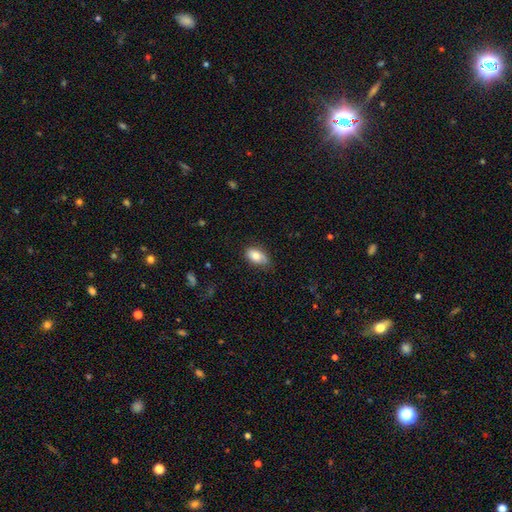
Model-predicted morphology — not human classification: Smooth or featured: smooth — 80% (featured or disk — 13%)
How rounded: in between — 92% (round — 6%)
Merging: none — 68% (minor disturbance — 26%)